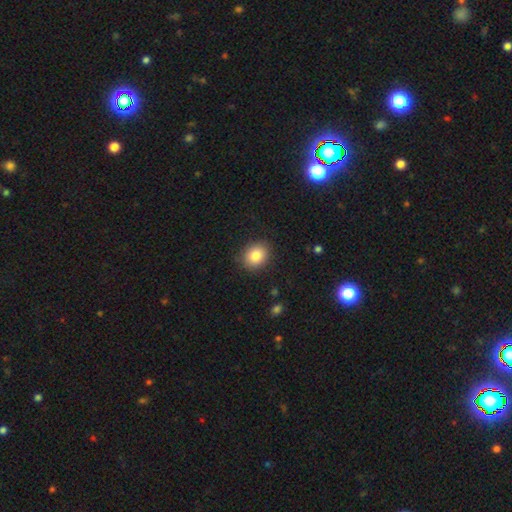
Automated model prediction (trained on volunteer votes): This appears to be a smooth galaxy with no disk features (83%) that is round (62%). Merging: none (86%).